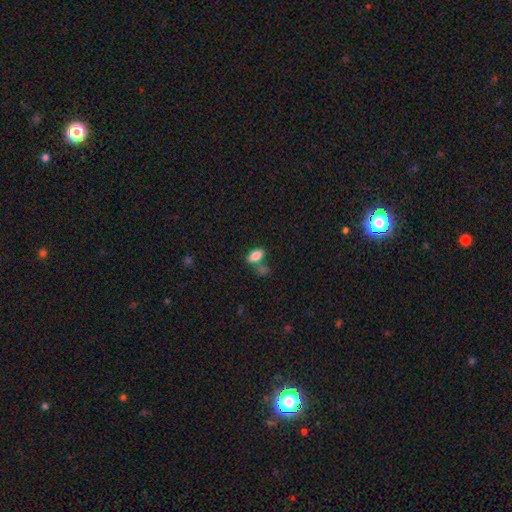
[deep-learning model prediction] Smooth or featured: smooth — 85% (star or artifact — 8%)
How rounded: in between — 91% (cigar-shaped — 5%)
Merging: none — 56% (merger — 24%)